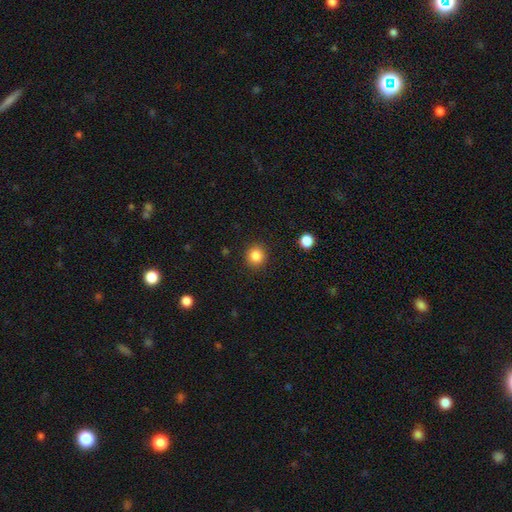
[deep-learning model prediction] This is clearly a smooth galaxy (85%). How rounded: clearly round (90%). Merging: clearly none (91%).